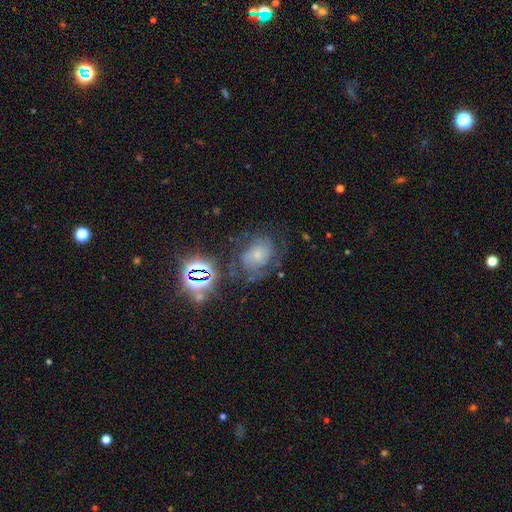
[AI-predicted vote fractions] Smooth or featured?
  - featured or disk: 55% *
  - smooth: 25%
  - star or artifact: 20%
Edge-on disk?
  - no: 97% *
  - yes: 3%
Bar?
  - no: 73% *
  - weak: 21%
  - strong: 6%
Spiral arms?
  - yes: 82% *
  - no: 18%
Bulge size?
  - small: 52% *
  - moderate: 28%
  - none: 10%
  - large: 7%
  - dominant: 3%
Merging?
  - none: 57% *
  - minor disturbance: 22%
  - major disturbance: 17%
  - merger: 4%